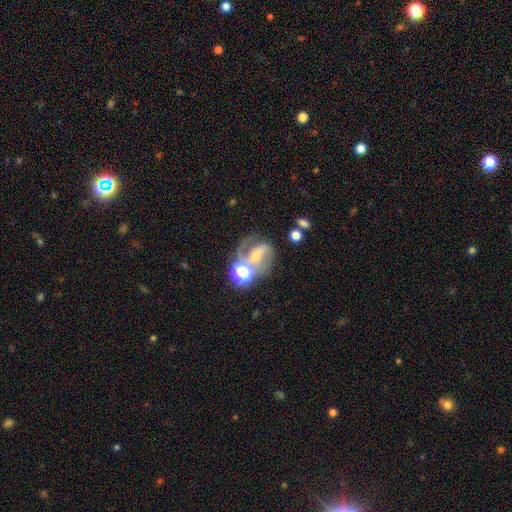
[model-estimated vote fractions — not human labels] smooth_or_featured: featured or disk (p=0.68) [alt: smooth p=0.17]
disk_edge_on: no (p=0.97) [alt: yes p=0.03]
bar: strong (p=0.35) [tied with: weak p=0.35]
has_spiral_arms: yes (p=0.84) [alt: no p=0.16]
spiral_winding: medium (p=0.48) [alt: loose p=0.29]
spiral_arm_count: 2 (p=0.72) [alt: 1 p=0.16]
bulge_size: moderate (p=0.47) [alt: small p=0.42]
merging: none (p=0.46) [alt: merger p=0.25]